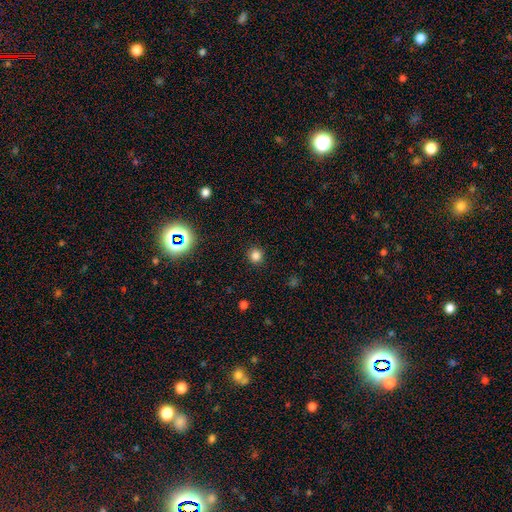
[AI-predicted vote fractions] A smooth galaxy with no disk features (81%) that is round (93%).

Vote fractions:
- Smooth or featured? smooth: 81% / star or artifact: 14% / featured or disk: 4%
- How rounded? round: 93% / in between: 6% / cigar-shaped: 1%
- Merging? none: 91% / minor disturbance: 6% / major disturbance: 2% / merger: 1%